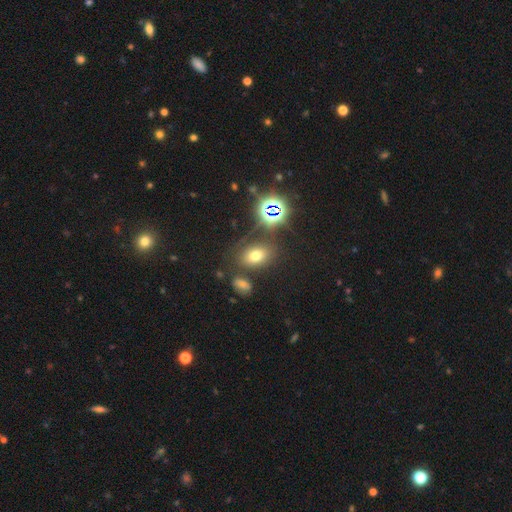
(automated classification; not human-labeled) Smooth or featured? Predicted: smooth (p=0.60). How rounded? Predicted: in between (p=0.76). Merging? Predicted: none (p=0.75).